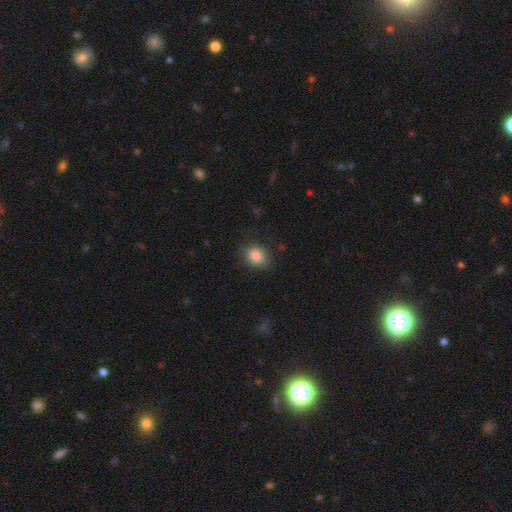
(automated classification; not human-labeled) Overall: smooth (86%). How rounded: in between (55%; round 44%). Merging: none (79%).